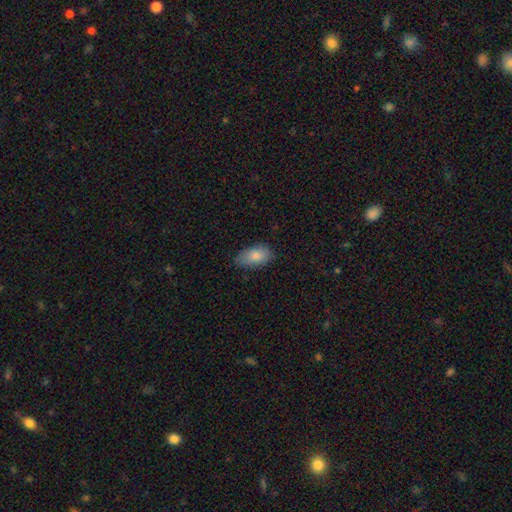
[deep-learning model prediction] Smooth or featured? smooth (83%)
How rounded? in between (93%)
Merging? none (80%)